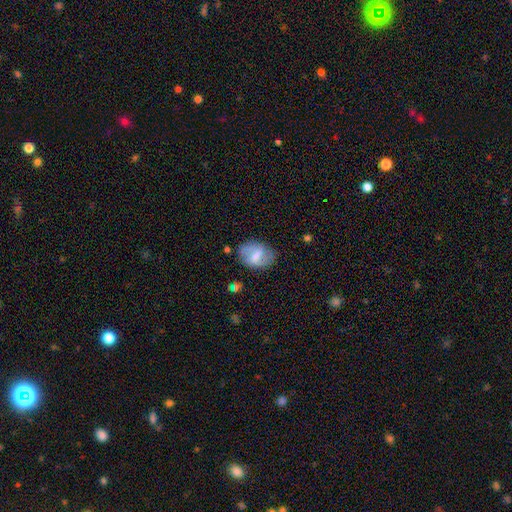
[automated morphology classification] Smooth or featured: smooth — 49% (featured or disk — 44%)
Merging: none — 71% (minor disturbance — 19%)